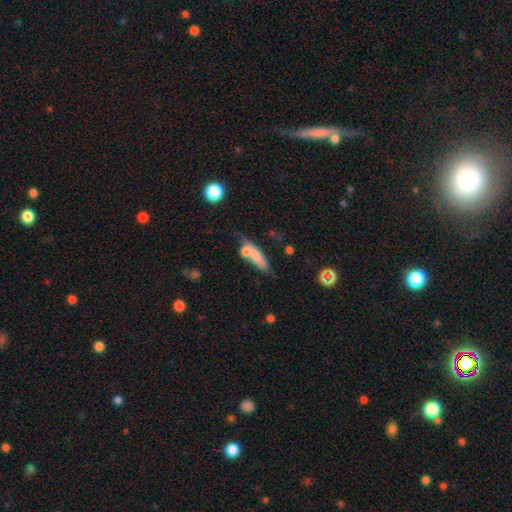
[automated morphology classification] Overall: smooth (70%). How rounded: cigar-shaped (60%; in between 36%). Merging: none (44%; merger 28%).